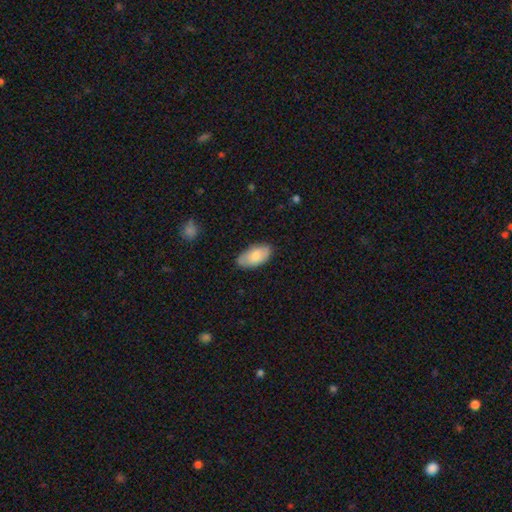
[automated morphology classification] type=smooth (77%); roundness=in between (94%); merging=none (78%).